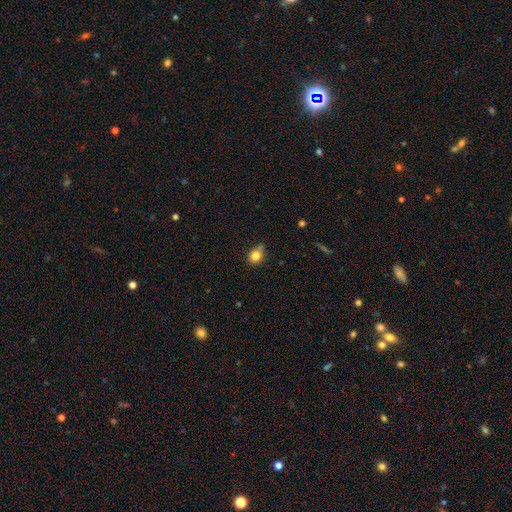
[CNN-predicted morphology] smooth_or_featured: smooth (p=0.82) [alt: star or artifact p=0.11]
how_rounded: round (p=0.58) [alt: in between p=0.41]
merging: none (p=0.55) [alt: minor disturbance p=0.33]